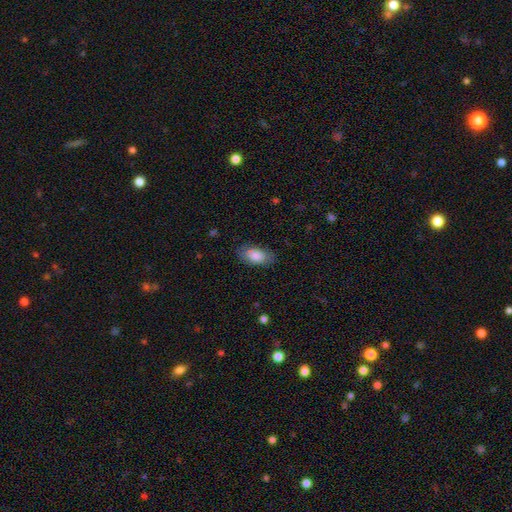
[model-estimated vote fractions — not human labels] This is clearly a smooth galaxy (82%). How rounded: clearly in between (93%). Merging: likely none (80%).